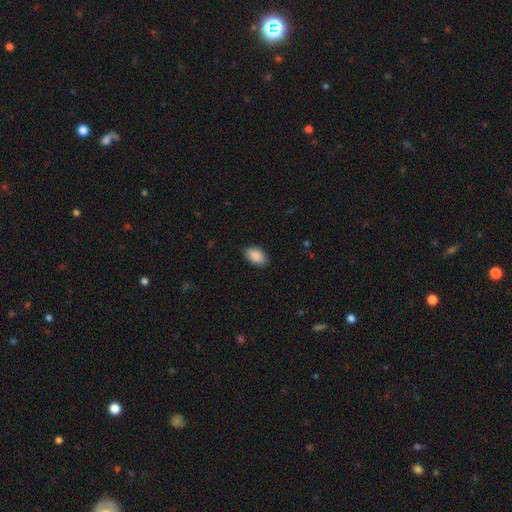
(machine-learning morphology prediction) smooth_or_featured: smooth (p=0.89) [alt: star or artifact p=0.06]
how_rounded: in between (p=0.94) [alt: round p=0.05]
merging: none (p=0.87) [alt: minor disturbance p=0.10]